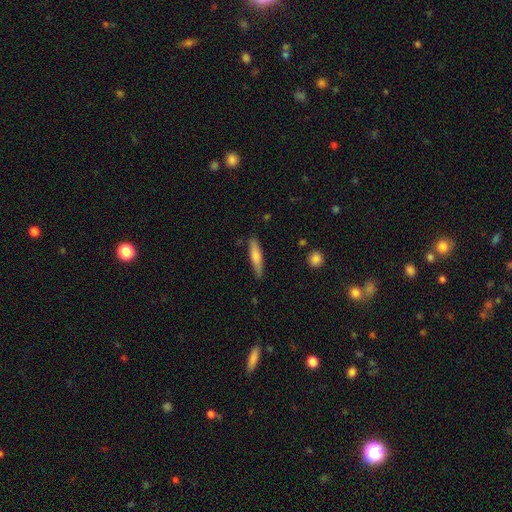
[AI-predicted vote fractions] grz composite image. It shows a smooth galaxy with no disk features (67%) that is cigar-shaped (81%). Merging: none (84%).